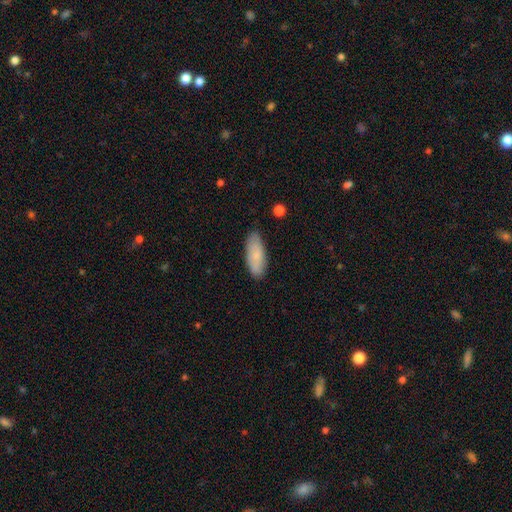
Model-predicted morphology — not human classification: smooth-or-featured: smooth: 79% | featured or disk: 15% | star or artifact: 6%
  how-rounded: in between: 71% | cigar-shaped: 27% | round: 2%
  merging: none: 81% | minor disturbance: 15% | major disturbance: 3% | merger: 1%